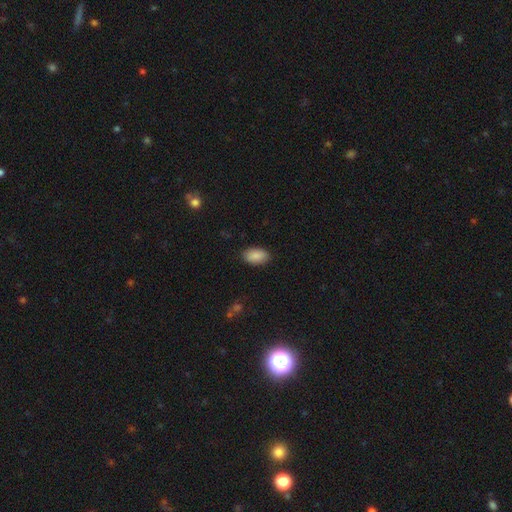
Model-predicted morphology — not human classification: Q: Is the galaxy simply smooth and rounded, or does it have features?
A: smooth — 89%.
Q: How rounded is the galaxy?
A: in between — 94%.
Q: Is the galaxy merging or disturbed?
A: none — 87%.